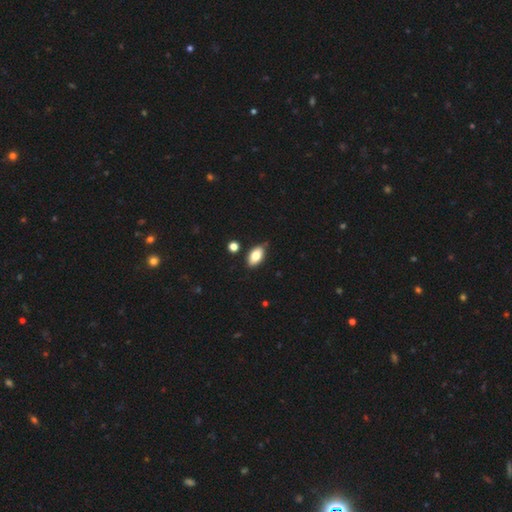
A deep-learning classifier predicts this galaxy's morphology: A smooth galaxy with no disk features (80%) that is in between round and cigar-shaped (91%).

Vote fractions:
- Smooth or featured? smooth: 80% / featured or disk: 13% / star or artifact: 8%
- How rounded? in between: 91% / round: 5% / cigar-shaped: 4%
- Merging? none: 80% / minor disturbance: 14% / merger: 4% / major disturbance: 2%